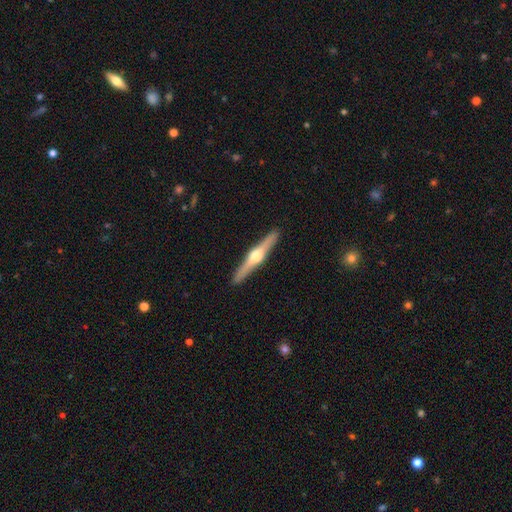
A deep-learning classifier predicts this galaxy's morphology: Smooth or featured? featured or disk (78%)
Edge-on disk? yes (98%)
Edge-on bulge? rounded (95%)
Merging? none (92%)